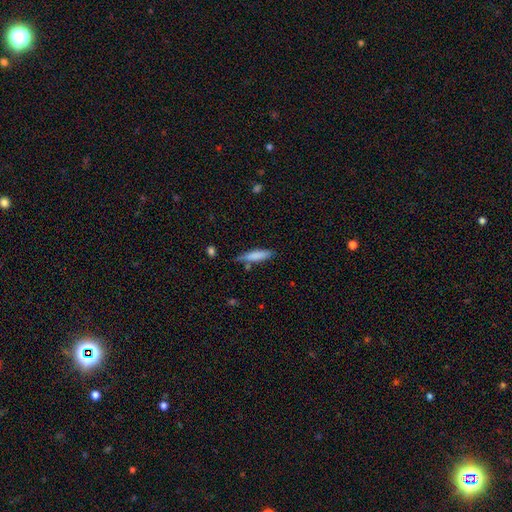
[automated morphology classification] smooth 79%, featured or disk 15%, star or artifact 6%. Down the decision tree: how rounded — cigar-shaped (80%); merging — none (71%).